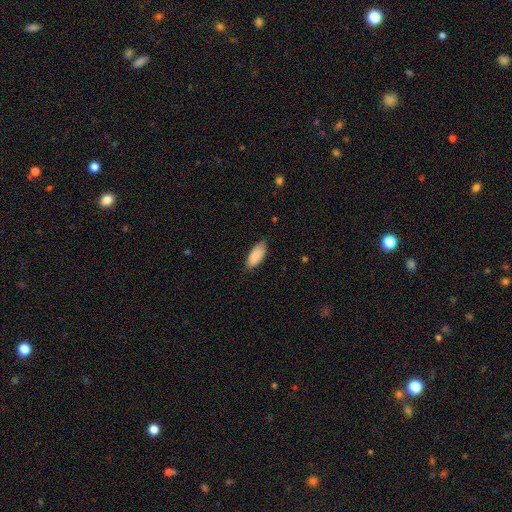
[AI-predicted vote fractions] Morphology: type=smooth (90%); roundness=in between (86%); merging=none (82%).